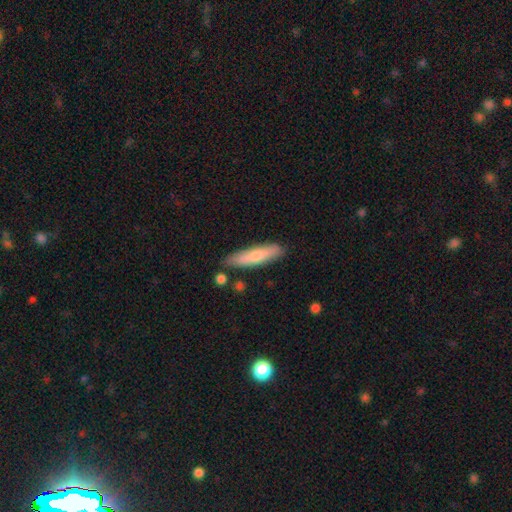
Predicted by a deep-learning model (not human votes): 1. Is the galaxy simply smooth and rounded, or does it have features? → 68% smooth, 26% featured or disk, 6% star or artifact.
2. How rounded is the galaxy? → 80% cigar-shaped, 19% in between, 2% round.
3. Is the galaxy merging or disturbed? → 81% none, 13% minor disturbance, 4% merger, 2% major disturbance.